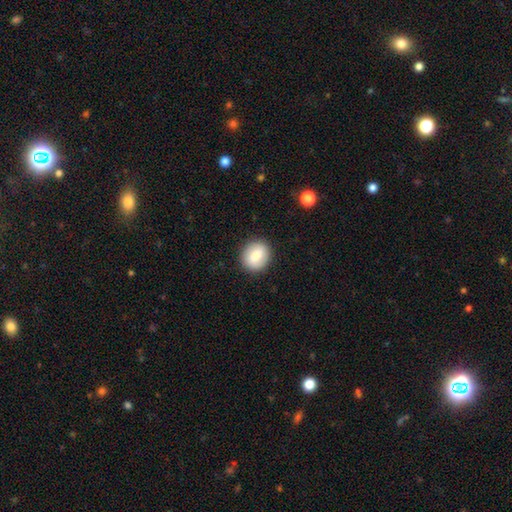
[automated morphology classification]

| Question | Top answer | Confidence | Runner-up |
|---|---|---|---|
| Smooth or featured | smooth | 77% | featured or disk (16%) |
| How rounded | round | 71% | in between (28%) |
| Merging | none | 89% | minor disturbance (8%) |